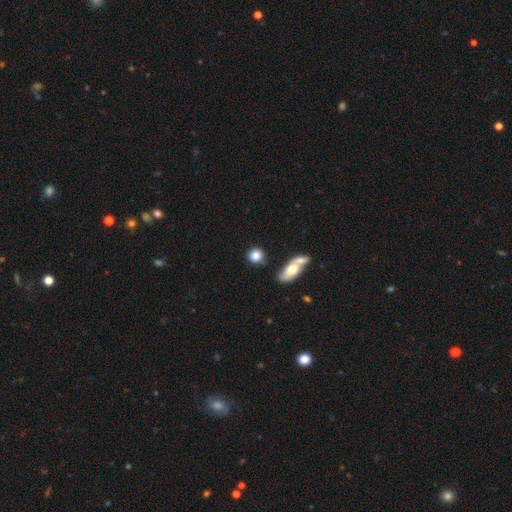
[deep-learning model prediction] smooth 82%, featured or disk 10%, star or artifact 9%. Down the decision tree: how rounded — round (79%); merging — none (70%).